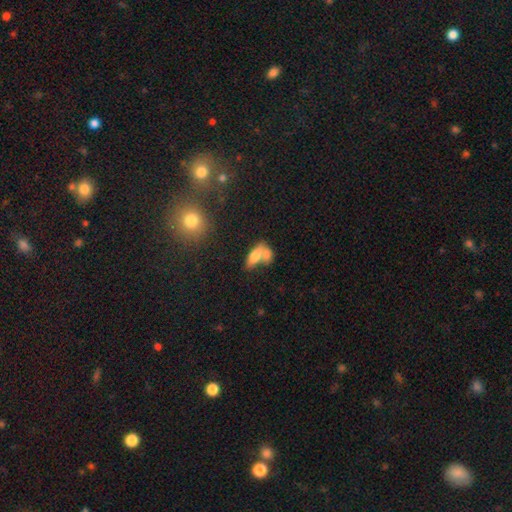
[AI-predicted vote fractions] A smooth galaxy with no disk features (68%) that is in between round and cigar-shaped (81%).

Vote fractions:
- Smooth or featured? smooth: 68% / featured or disk: 22% / star or artifact: 9%
- How rounded? in between: 81% / cigar-shaped: 12% / round: 7%
- Merging? merger: 55% / none: 25% / minor disturbance: 11% / major disturbance: 9%